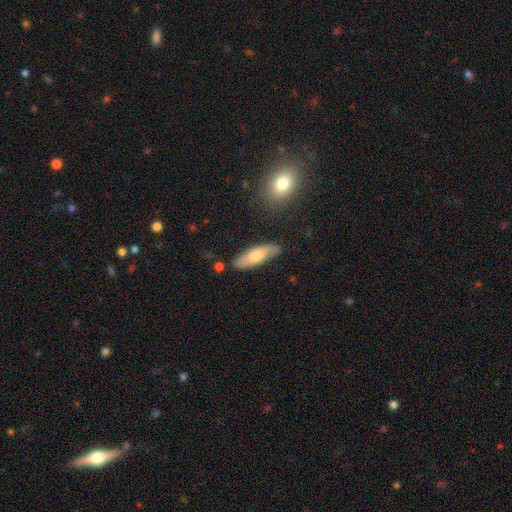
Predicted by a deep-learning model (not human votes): Smooth or featured? smooth (67%)
How rounded? cigar-shaped (50%)
Merging? none (77%)